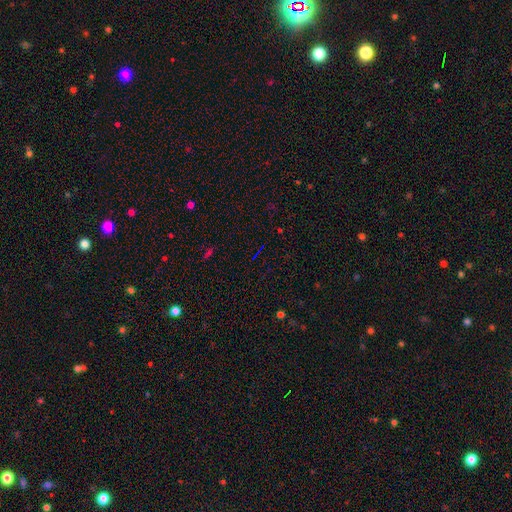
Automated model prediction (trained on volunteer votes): The model was most divided on "smooth or featured": star or artifact: 73%, smooth: 16%, featured or disk: 10%.